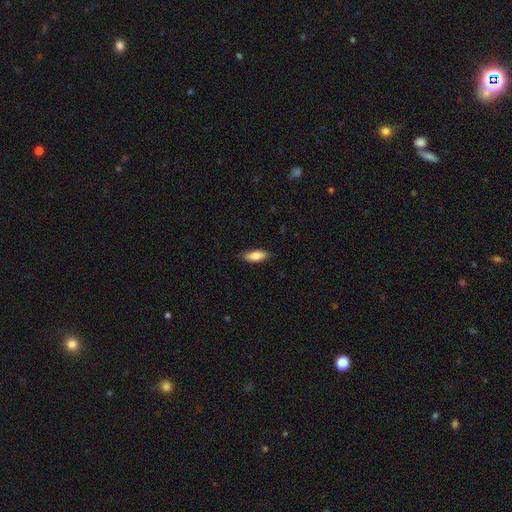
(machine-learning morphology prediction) The model was most divided on "how rounded": in between: 71%, cigar-shaped: 27%, round: 2%. More confident: merging — none (84%); smooth or featured — smooth (80%).